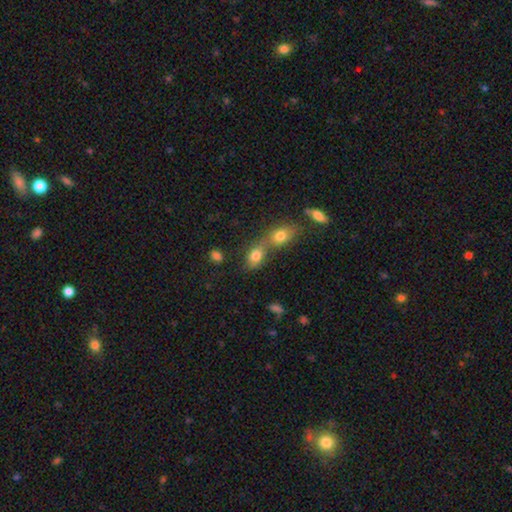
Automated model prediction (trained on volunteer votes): smooth 79%, star or artifact 11%, featured or disk 10%. Down the decision tree: how rounded — in between (67%); merging — merger (63%).